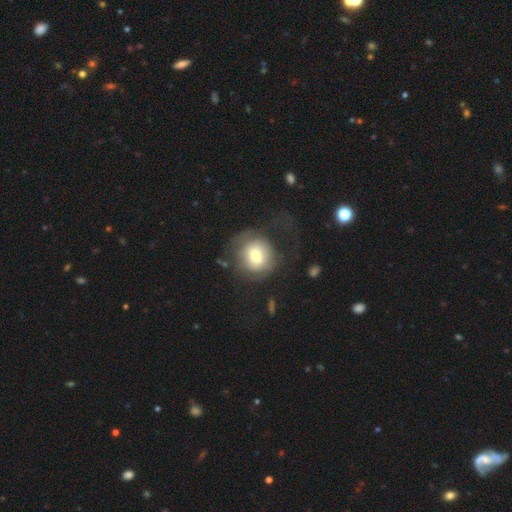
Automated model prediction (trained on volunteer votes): Smooth or featured? Predicted: smooth (p=0.66). How rounded? Predicted: round (p=0.81). Merging? Predicted: none (p=0.41).